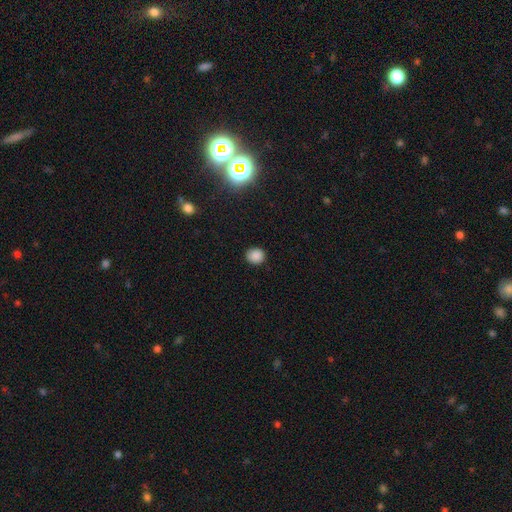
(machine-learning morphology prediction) smooth 86%, star or artifact 11%, featured or disk 3%. Down the decision tree: how rounded — round (80%); merging — none (88%).